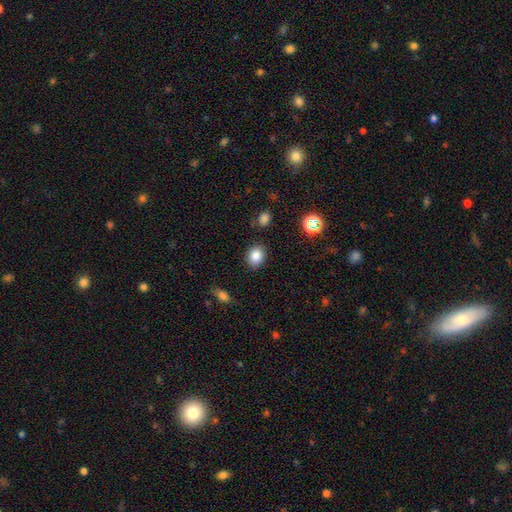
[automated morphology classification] Smooth or featured? smooth (84%)
How rounded? round (50%)
Merging? none (86%)